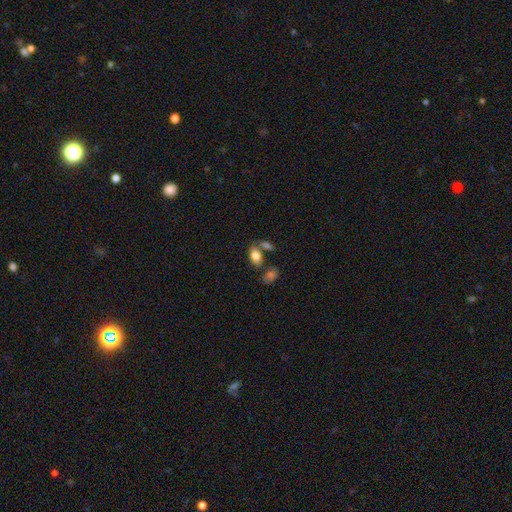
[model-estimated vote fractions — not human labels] This is clearly a smooth galaxy (81%). How rounded: clearly in between (88%). Merging: possibly none (55%).